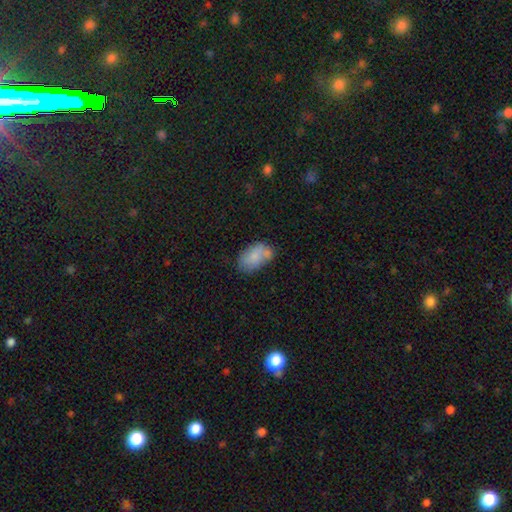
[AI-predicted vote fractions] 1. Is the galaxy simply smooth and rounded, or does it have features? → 76% smooth, 17% featured or disk, 8% star or artifact.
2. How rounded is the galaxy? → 92% in between, 7% round, 2% cigar-shaped.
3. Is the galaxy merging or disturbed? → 49% none, 26% minor disturbance, 18% merger, 8% major disturbance.